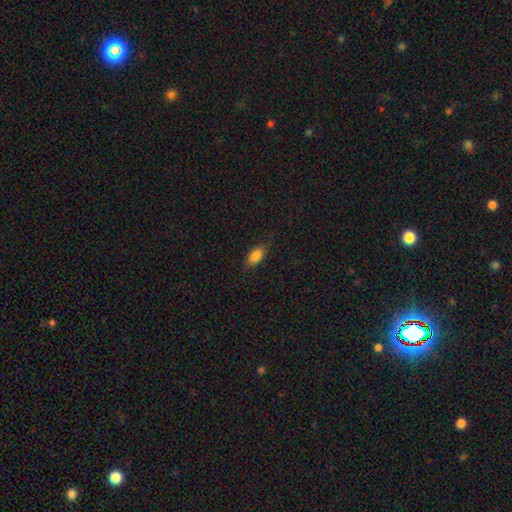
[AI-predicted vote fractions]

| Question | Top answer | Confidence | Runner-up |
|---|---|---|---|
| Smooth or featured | smooth | 84% | featured or disk (8%) |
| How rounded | in between | 89% | cigar-shaped (7%) |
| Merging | none | 79% | minor disturbance (16%) |